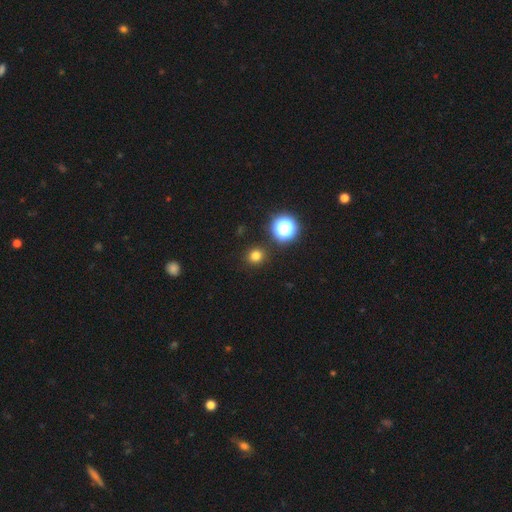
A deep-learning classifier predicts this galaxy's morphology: A smooth galaxy with no disk features (77%) that is round (90%).

Vote fractions:
- Smooth or featured? smooth: 77% / star or artifact: 18% / featured or disk: 5%
- How rounded? round: 90% / in between: 9% / cigar-shaped: 1%
- Merging? none: 91% / minor disturbance: 5% / major disturbance: 2% / merger: 2%